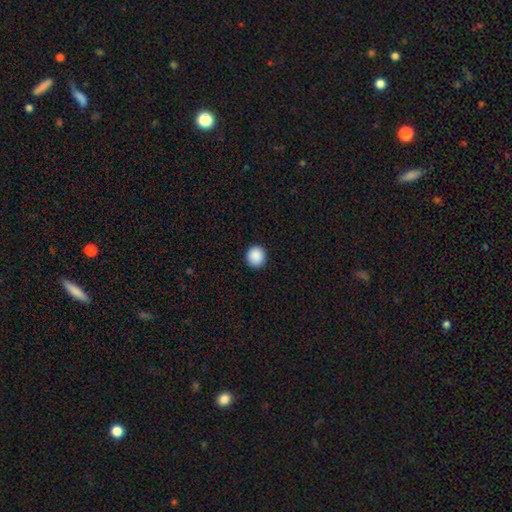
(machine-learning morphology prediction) Smooth or featured?
  - smooth: 90% *
  - star or artifact: 8%
  - featured or disk: 2%
How rounded?
  - round: 91% *
  - in between: 8%
  - cigar-shaped: 1%
Merging?
  - none: 92% *
  - minor disturbance: 5%
  - major disturbance: 2%
  - merger: 1%